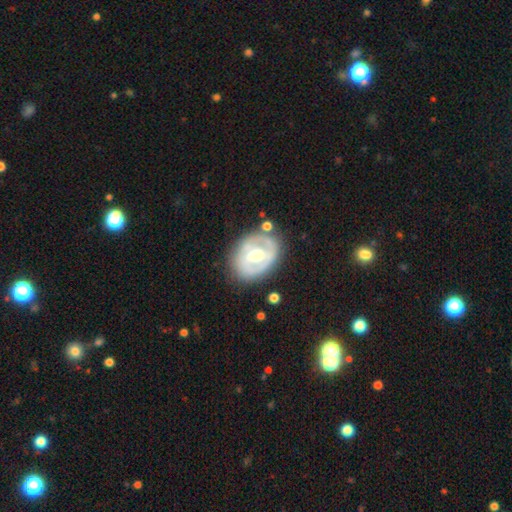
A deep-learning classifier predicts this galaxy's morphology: Smooth or featured? featured or disk (74%)
Edge-on disk? no (96%)
Bar? weak (44%)
Spiral arms? yes (58%)
Bulge size? moderate (69%)
Merging? none (72%)